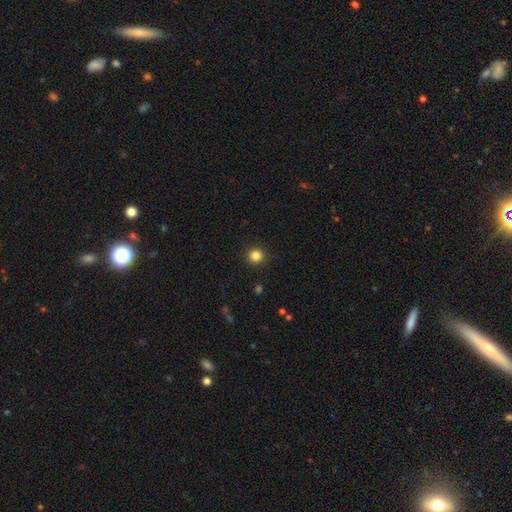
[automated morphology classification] Smooth or featured? smooth (84%)
How rounded? round (94%)
Merging? none (92%)